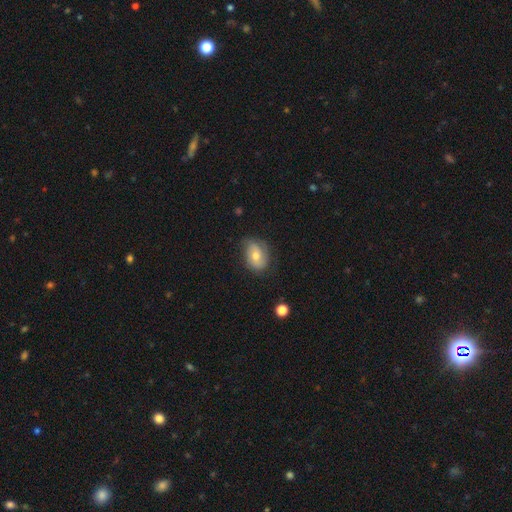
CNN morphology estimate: type=smooth (60%); roundness=in between (72%); merging=none (65%).